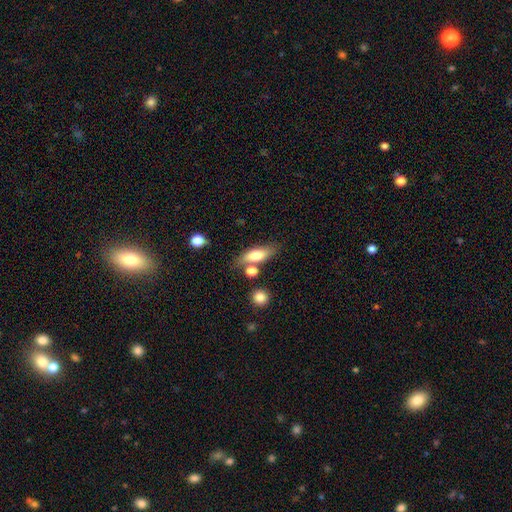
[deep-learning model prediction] Smooth or featured? smooth (71%)
How rounded? in between (67%)
Merging? none (67%)